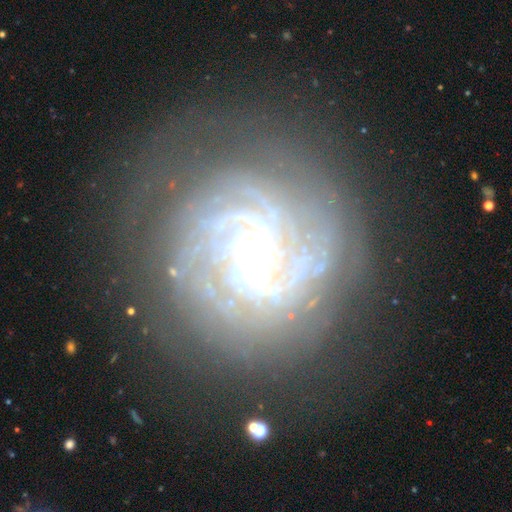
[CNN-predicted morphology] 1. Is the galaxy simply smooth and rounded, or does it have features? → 86% featured or disk, 8% star or artifact, 7% smooth.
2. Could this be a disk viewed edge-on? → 97% no, 3% yes.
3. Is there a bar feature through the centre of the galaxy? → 49% no, 34% weak, 17% strong.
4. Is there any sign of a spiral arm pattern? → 95% yes, 5% no.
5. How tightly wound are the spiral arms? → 72% tight, 22% medium, 5% loose.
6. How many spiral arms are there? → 31% can't tell, 19% 2, 16% 3, 14% 4, 12% more than 4, 7% 1.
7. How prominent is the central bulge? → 61% moderate, 22% small, 14% large, 2% none, 2% dominant.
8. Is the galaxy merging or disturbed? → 74% none, 15% minor disturbance, 9% major disturbance, 2% merger.